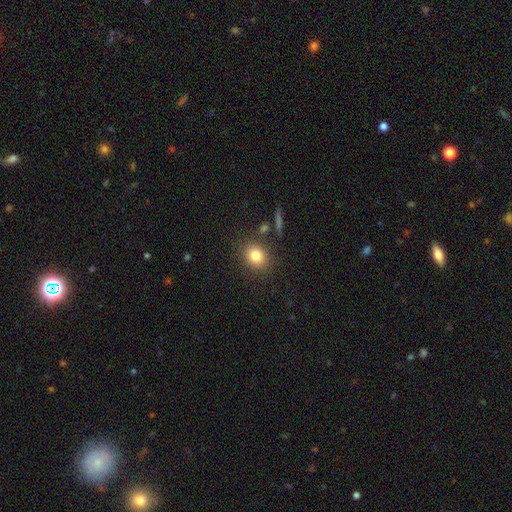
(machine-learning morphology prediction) Smooth or featured? smooth (82%)
How rounded? round (67%)
Merging? none (82%)